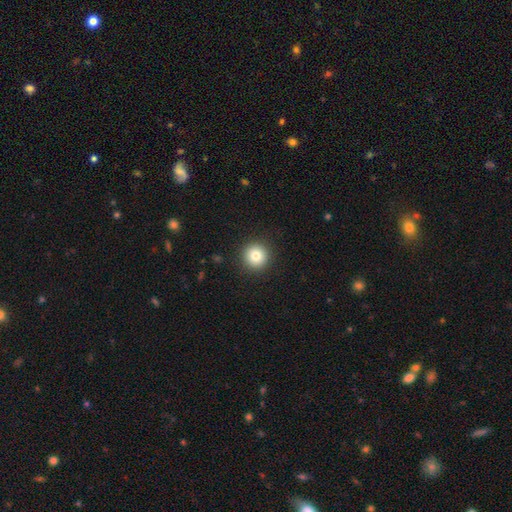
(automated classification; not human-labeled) The model was most divided on "smooth or featured": smooth: 82%, star or artifact: 10%, featured or disk: 7%. More confident: how rounded — round (95%); merging — none (92%).